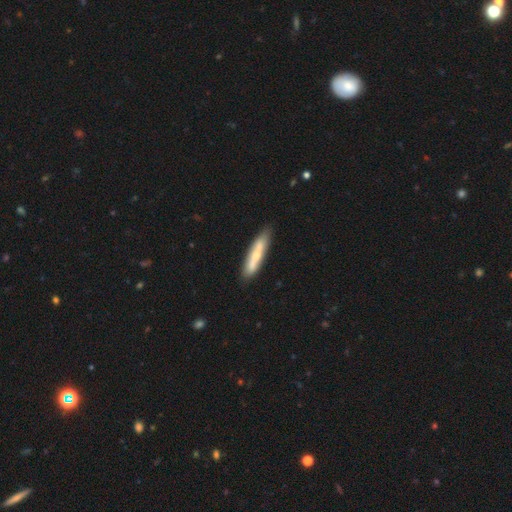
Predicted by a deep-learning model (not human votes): Overall: smooth (49%; featured or disk 46%). Merging: none (78%).